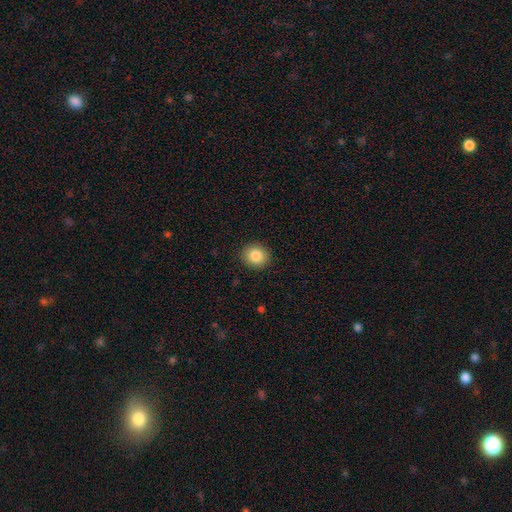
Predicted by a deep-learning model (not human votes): A smooth galaxy with no disk features (85%) that is round (82%). Merging: none (91%).